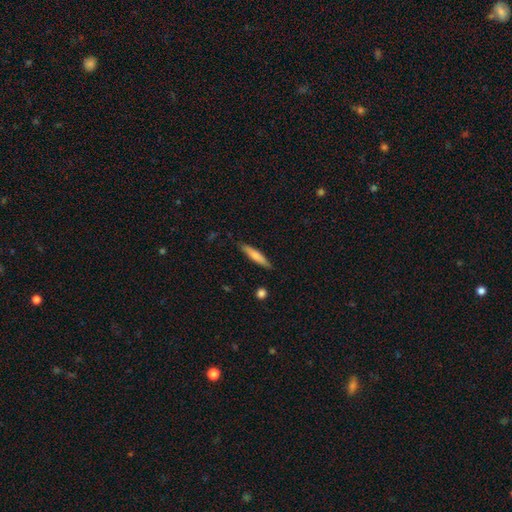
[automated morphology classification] Smooth or featured? Predicted: smooth (p=0.69). How rounded? Predicted: cigar-shaped (p=0.88). Merging? Predicted: none (p=0.86).